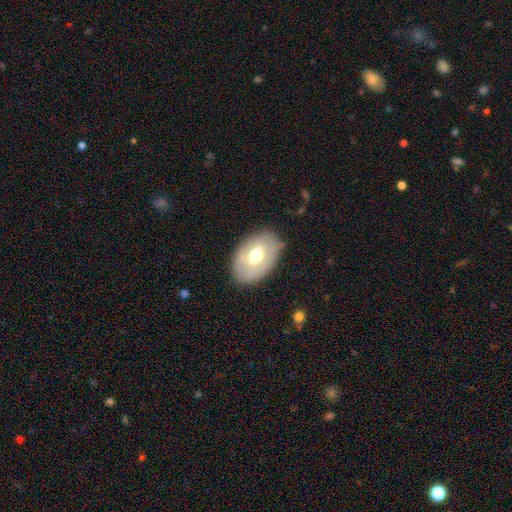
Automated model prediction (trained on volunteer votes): Smooth or featured? smooth (52%)
How rounded? in between (87%)
Merging? none (79%)